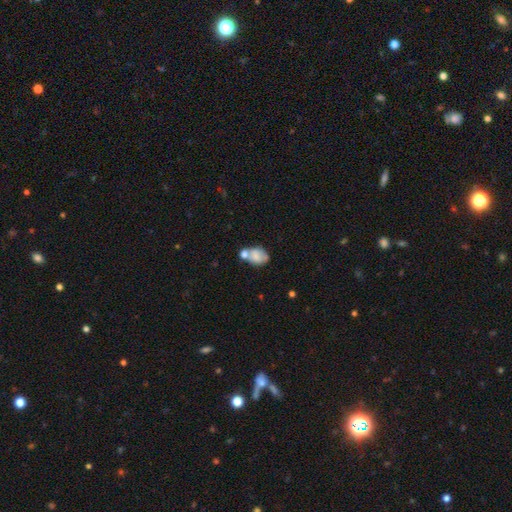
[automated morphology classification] Q: Smooth or featured?
A: smooth (66%); runner-up: featured or disk (26%)
Q: How rounded?
A: in between (79%); runner-up: round (20%)
Q: Merging?
A: merger (50%); runner-up: none (26%)